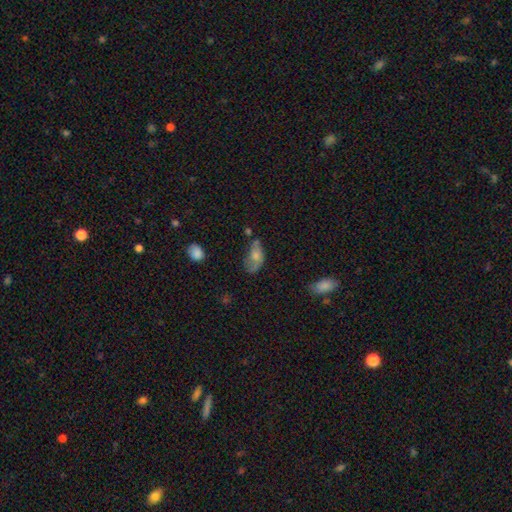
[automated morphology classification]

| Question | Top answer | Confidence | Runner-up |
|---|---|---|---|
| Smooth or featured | smooth | 59% | featured or disk (32%) |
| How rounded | in between | 89% | round (6%) |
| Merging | none | 35% | tied: minor disturbance (35%) |